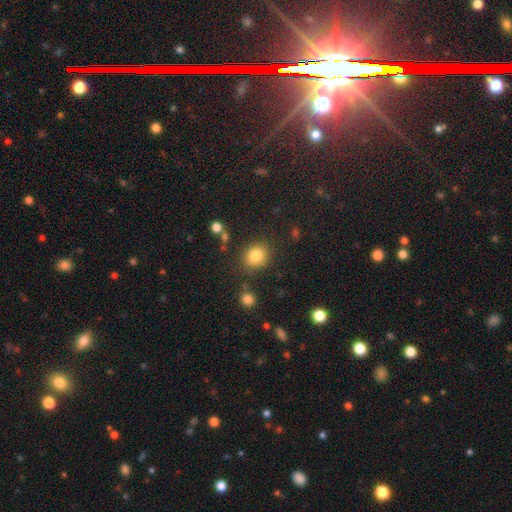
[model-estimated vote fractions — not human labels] A smooth galaxy with no disk features (83%) that is round (69%). Merging: none (81%).